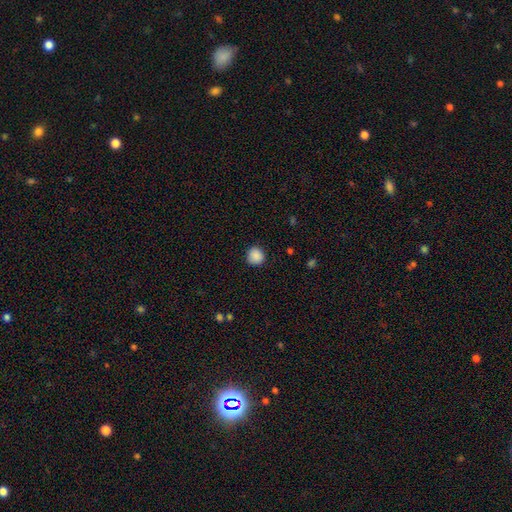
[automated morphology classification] Q: Smooth or featured?
A: smooth (88%); runner-up: star or artifact (9%)
Q: How rounded?
A: round (91%); runner-up: in between (8%)
Q: Merging?
A: none (89%); runner-up: minor disturbance (8%)